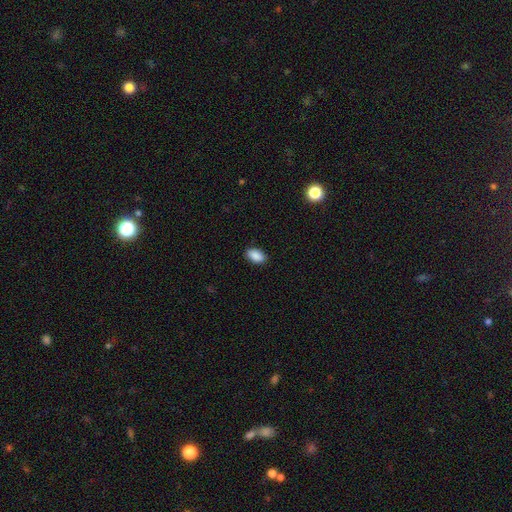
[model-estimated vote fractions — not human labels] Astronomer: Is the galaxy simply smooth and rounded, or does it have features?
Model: smooth — 90%.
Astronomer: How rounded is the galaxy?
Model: in between — 93%.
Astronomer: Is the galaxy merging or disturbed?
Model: none — 88%.